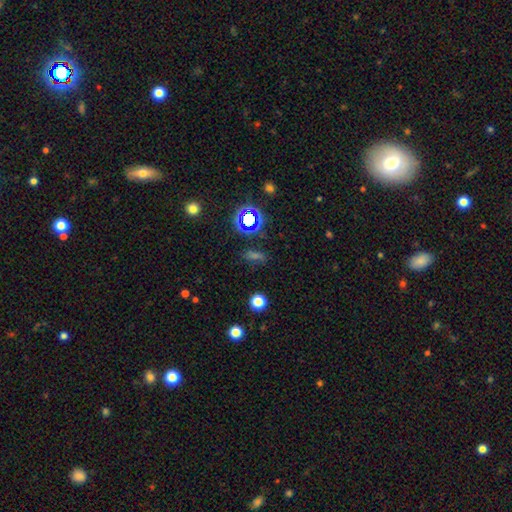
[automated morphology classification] A smooth galaxy with no disk features (45%). Merging: none (78%).